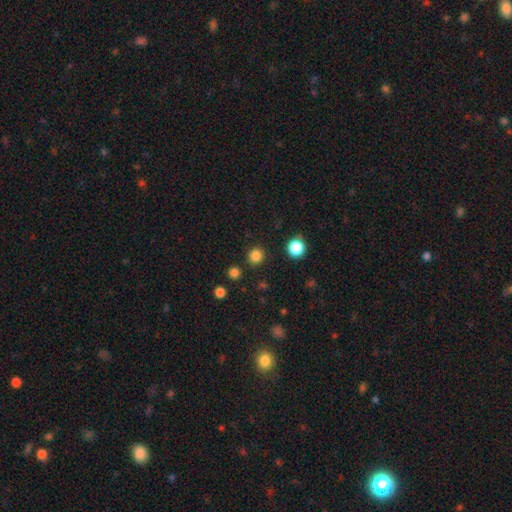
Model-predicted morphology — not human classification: This is clearly a smooth galaxy (83%). How rounded: clearly round (93%). Merging: clearly none (90%).